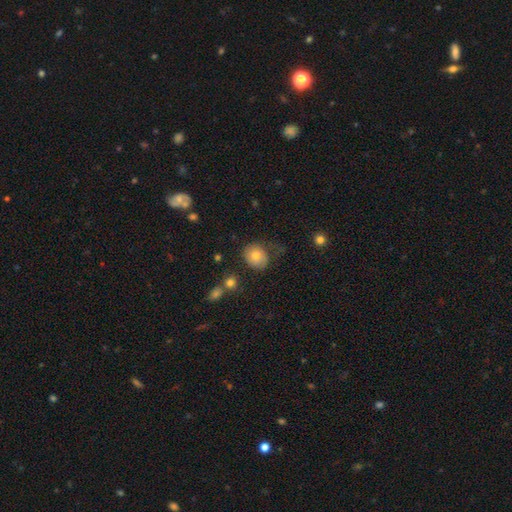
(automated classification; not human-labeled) Q: Smooth or featured?
A: smooth (76%); runner-up: featured or disk (15%)
Q: How rounded?
A: round (64%); runner-up: in between (35%)
Q: Merging?
A: none (61%); runner-up: minor disturbance (24%)